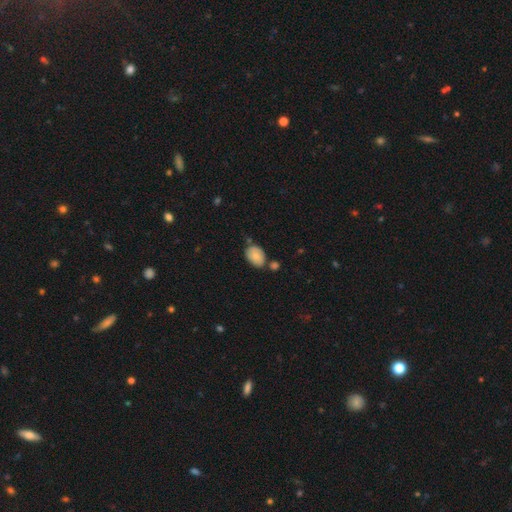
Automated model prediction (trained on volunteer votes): Q: Smooth or featured?
A: smooth (80%); runner-up: featured or disk (13%)
Q: How rounded?
A: in between (81%); runner-up: round (18%)
Q: Merging?
A: none (64%); runner-up: minor disturbance (19%)